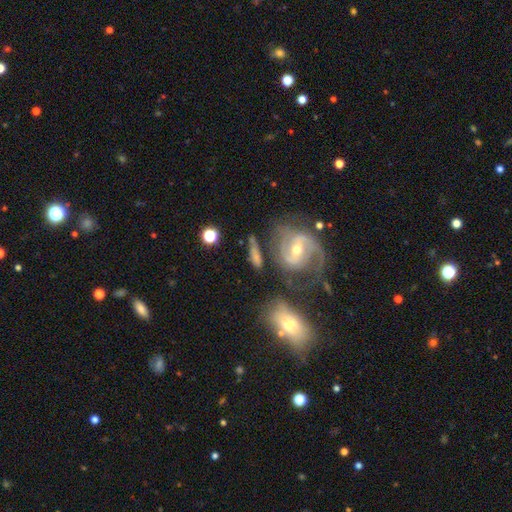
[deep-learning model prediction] Q: Smooth or featured?
A: featured or disk (53%); runner-up: smooth (37%)
Q: Edge-on disk?
A: no (82%); runner-up: yes (18%)
Q: Merging?
A: none (56%); runner-up: minor disturbance (21%)